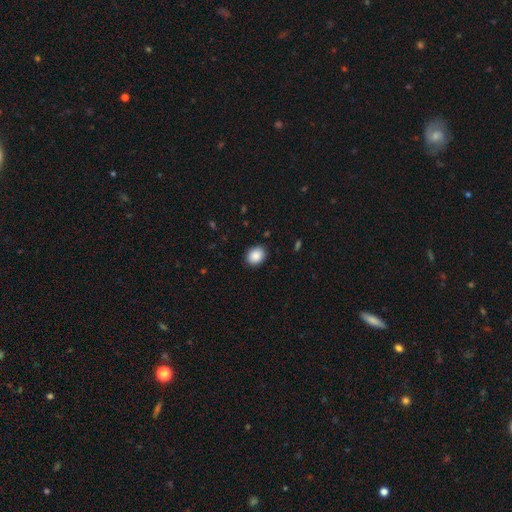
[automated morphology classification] smooth_or_featured: smooth (p=0.88) [alt: star or artifact p=0.08]
how_rounded: round (p=0.57) [alt: in between p=0.42]
merging: none (p=0.89) [alt: minor disturbance p=0.08]